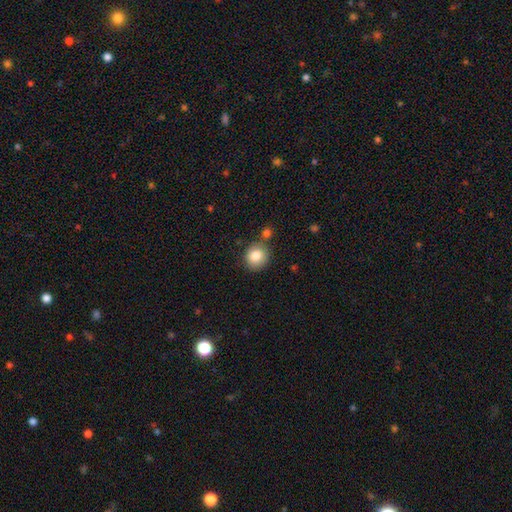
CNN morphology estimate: This appears to be a smooth galaxy with no disk features (83%) that is round (85%). Merging: none (74%).